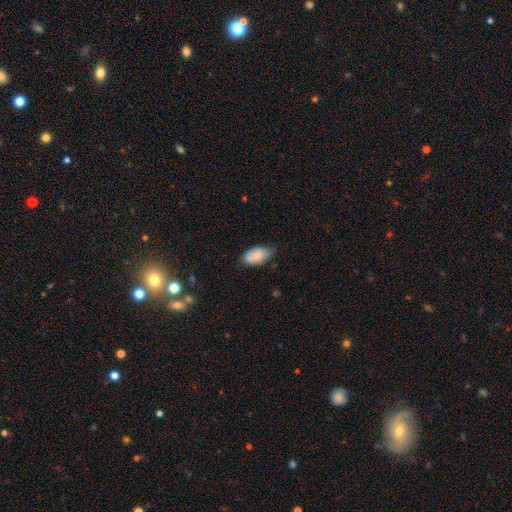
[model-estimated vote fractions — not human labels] Smooth or featured?
  - smooth: 79% *
  - featured or disk: 13%
  - star or artifact: 7%
How rounded?
  - in between: 93% *
  - round: 5%
  - cigar-shaped: 2%
Merging?
  - none: 48% *
  - minor disturbance: 41%
  - major disturbance: 8%
  - merger: 4%